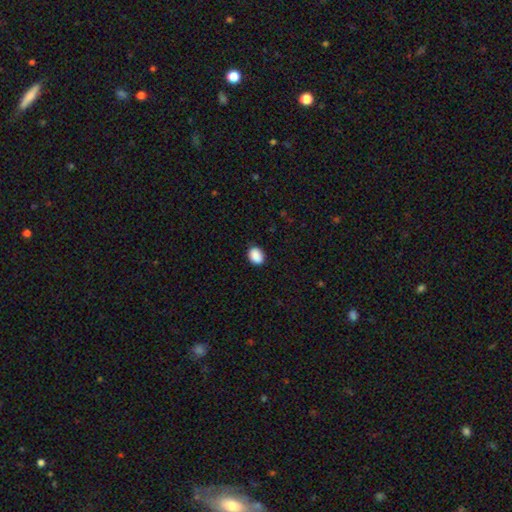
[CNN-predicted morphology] Q: Smooth or featured?
A: smooth (90%); runner-up: star or artifact (8%)
Q: How rounded?
A: in between (66%); runner-up: round (33%)
Q: Merging?
A: none (87%); runner-up: minor disturbance (10%)